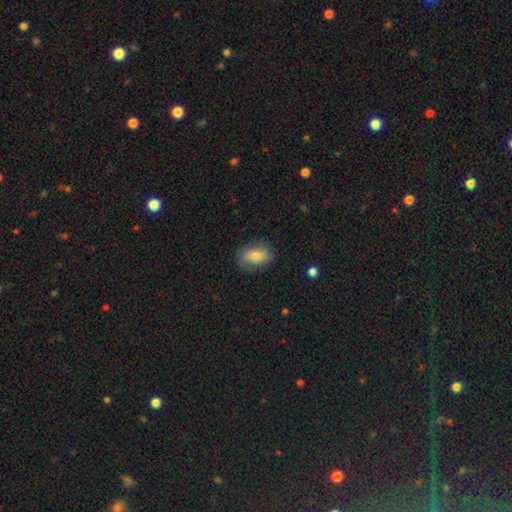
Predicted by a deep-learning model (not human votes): smooth 75%, featured or disk 17%, star or artifact 8%. Down the decision tree: how rounded — in between (82%); merging — none (79%).